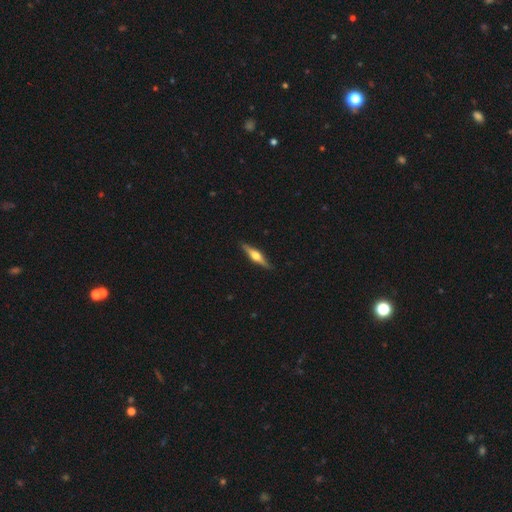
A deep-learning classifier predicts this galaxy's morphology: A featured or disk galaxy (69%) viewed edge-on (97%) with a rounded central bulge (93%). Merging: none (89%).